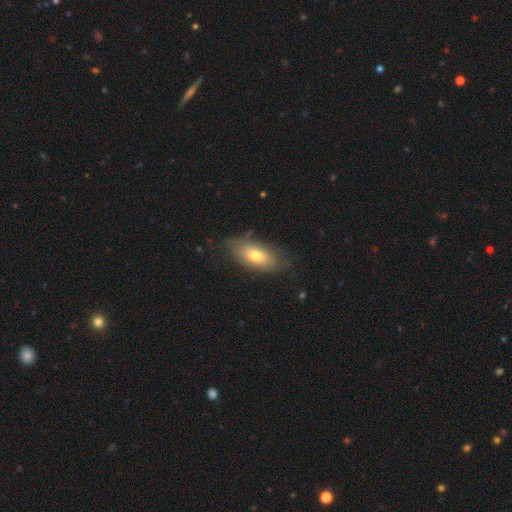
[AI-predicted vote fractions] Morphology: type=smooth (63%); roundness=in between (85%); merging=none (74%).